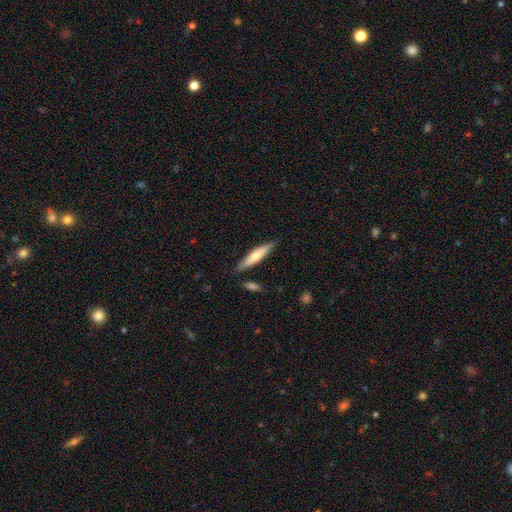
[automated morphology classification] smooth 57%, featured or disk 38%, star or artifact 6%. Down the decision tree: how rounded — cigar-shaped (86%); merging — none (85%).